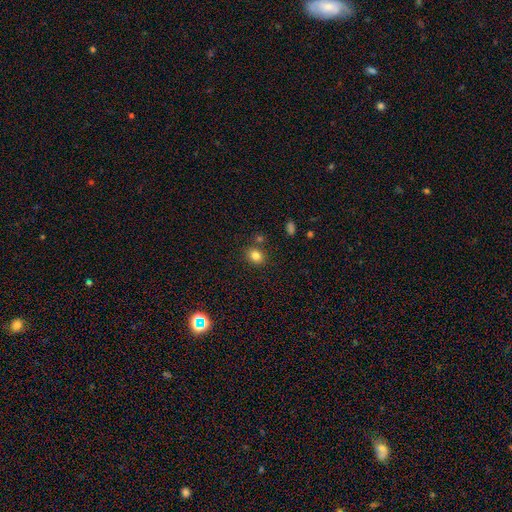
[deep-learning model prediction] Overall: smooth (82%). How rounded: round (59%; in between 40%). Merging: none (82%).